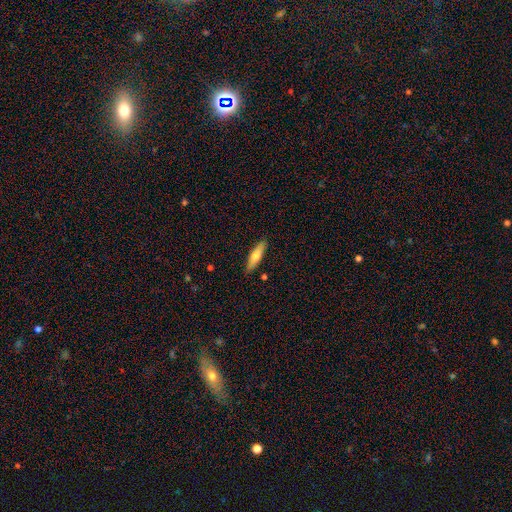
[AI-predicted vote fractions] Morphology: type=smooth (63%); roundness=cigar-shaped (71%); merging=none (88%).